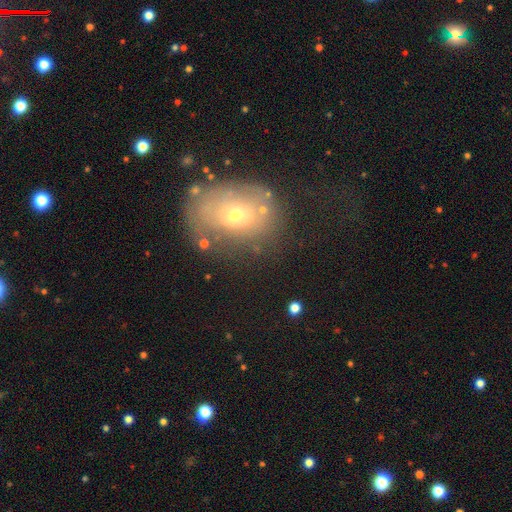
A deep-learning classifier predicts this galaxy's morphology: smooth-or-featured: smooth: 50% | featured or disk: 34% | star or artifact: 16%
  merging: none: 53% | minor disturbance: 23% | major disturbance: 19% | merger: 6%